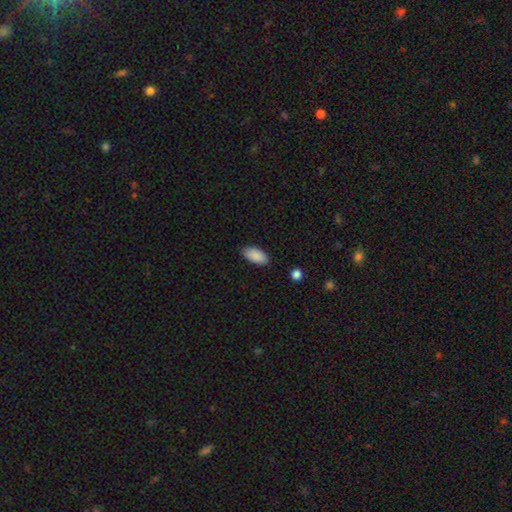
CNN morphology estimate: A smooth galaxy with no disk features (89%) that is in between round and cigar-shaped (93%).

Vote fractions:
- Smooth or featured? smooth: 89% / star or artifact: 6% / featured or disk: 4%
- How rounded? in between: 93% / cigar-shaped: 5% / round: 2%
- Merging? none: 86% / minor disturbance: 10% / major disturbance: 2% / merger: 1%